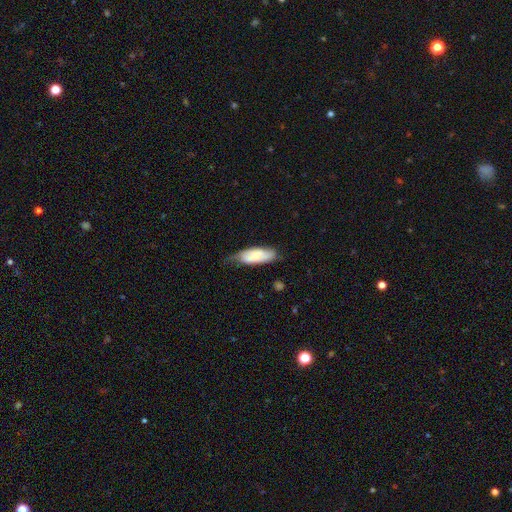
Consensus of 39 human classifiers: Overall: smooth (62%; featured or disk 31%). How rounded: in between (88%). Merging: none (53%; minor disturbance 44%).